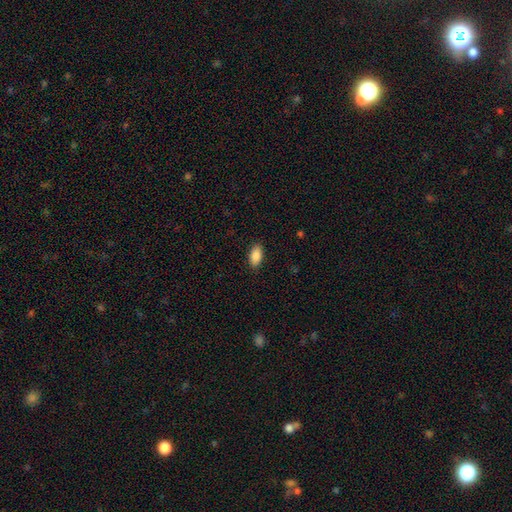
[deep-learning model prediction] smooth-or-featured: smooth: 88% | star or artifact: 7% | featured or disk: 6%
  how-rounded: in between: 92% | cigar-shaped: 5% | round: 3%
  merging: none: 89% | minor disturbance: 8% | major disturbance: 2% | merger: 1%